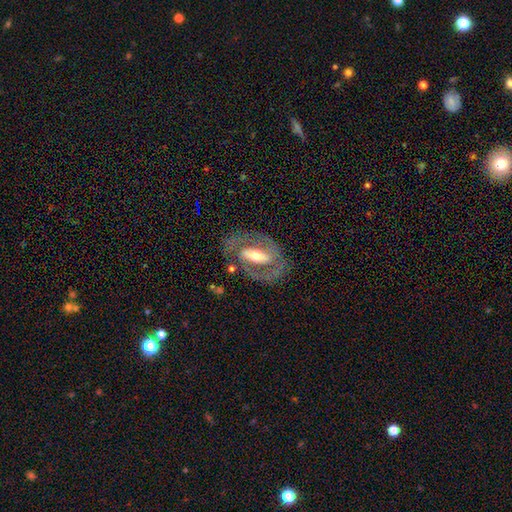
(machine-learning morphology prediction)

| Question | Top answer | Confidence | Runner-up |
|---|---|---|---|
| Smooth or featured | featured or disk | 77% | smooth (18%) |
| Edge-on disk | no | 92% | yes (8%) |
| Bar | strong | 50% | weak (27%) |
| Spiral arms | yes | 62% | no (38%) |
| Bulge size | moderate | 60% | small (25%) |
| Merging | none | 74% | minor disturbance (14%) |